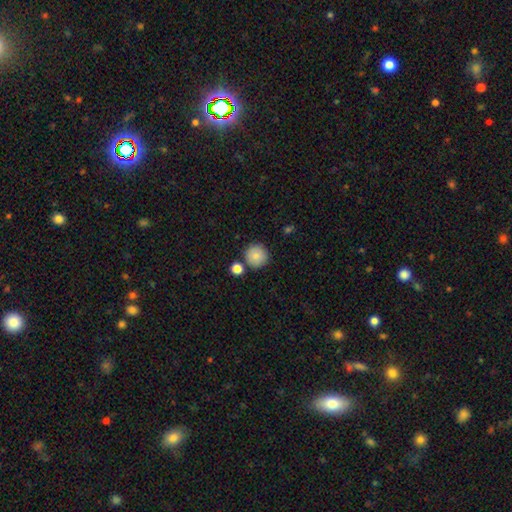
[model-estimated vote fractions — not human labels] This is clearly a smooth galaxy (85%). How rounded: clearly round (95%). Merging: clearly none (82%).